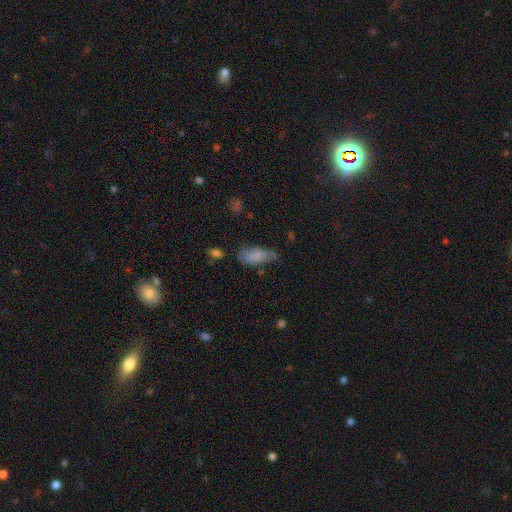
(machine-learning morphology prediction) Overall: smooth (78%). How rounded: in between (86%). Merging: none (41%; minor disturbance 38%).